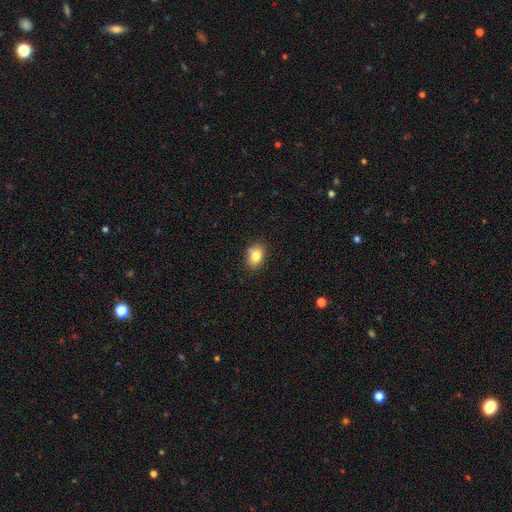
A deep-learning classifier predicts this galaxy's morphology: type=smooth (82%); roundness=in between (73%); merging=none (82%).